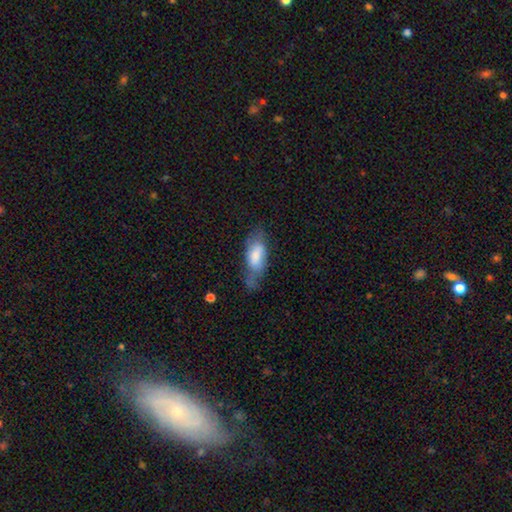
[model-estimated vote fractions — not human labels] Overall: smooth (68%). How rounded: in between (81%). Merging: none (45%; minor disturbance 33%).